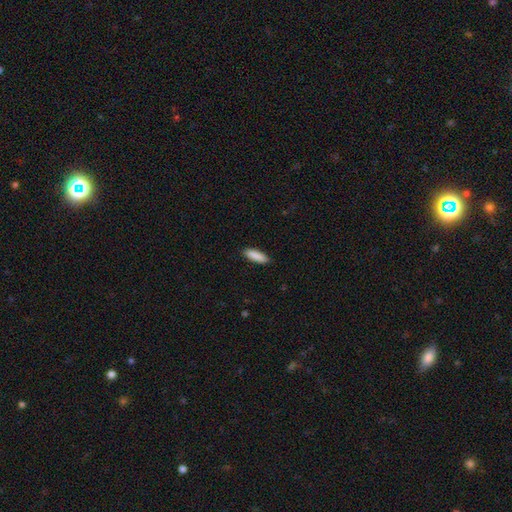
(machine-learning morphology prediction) A smooth galaxy with no disk features (89%) that is cigar-shaped (51%). Merging: none (88%).